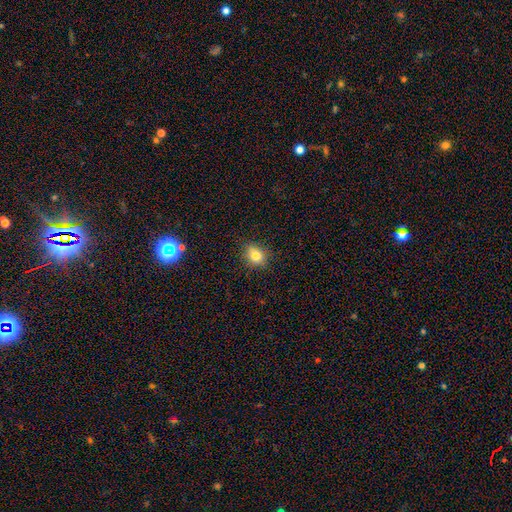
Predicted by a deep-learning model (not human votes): smooth_or_featured: smooth (p=0.78) [alt: star or artifact p=0.13]
how_rounded: round (p=0.64) [alt: in between p=0.35]
merging: none (p=0.81) [alt: minor disturbance p=0.15]